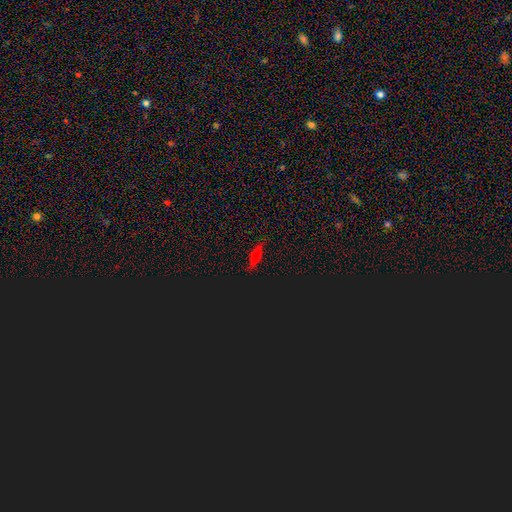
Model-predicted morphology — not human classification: A smooth galaxy with no disk features (44%). Merging: none (84%).